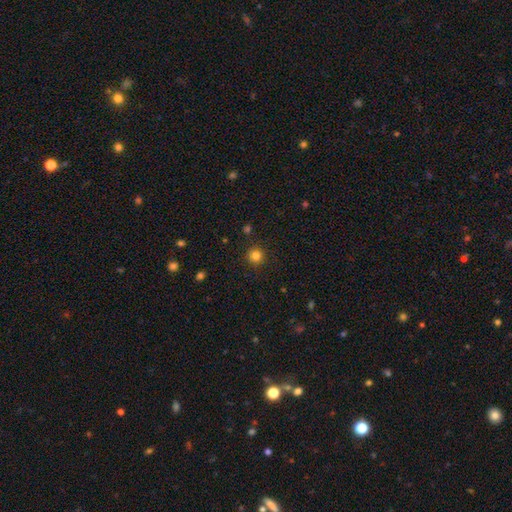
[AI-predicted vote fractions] smooth 82%, star or artifact 13%, featured or disk 5%. Down the decision tree: how rounded — round (95%); merging — none (91%).